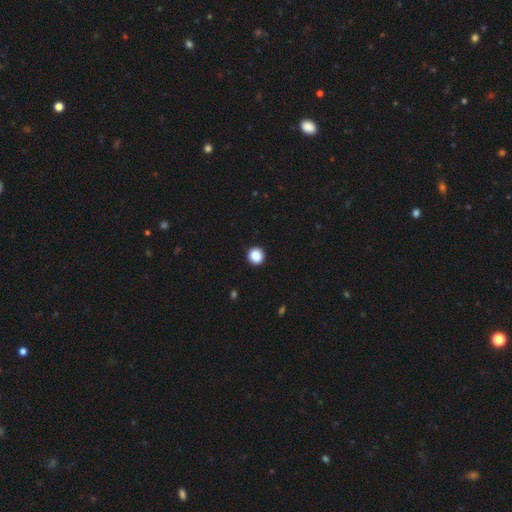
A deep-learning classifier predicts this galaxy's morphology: A smooth galaxy with no disk features (88%) that is round (93%). Merging: none (92%).